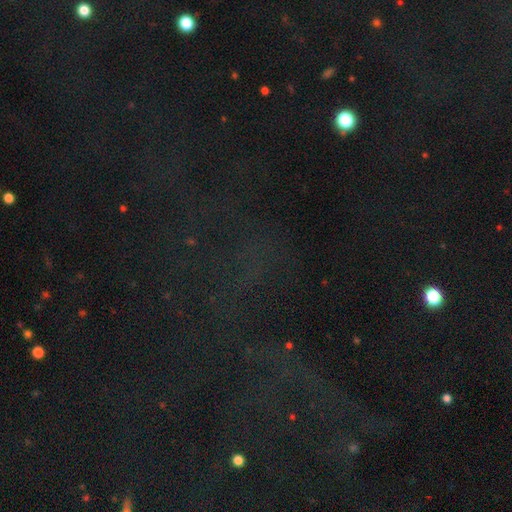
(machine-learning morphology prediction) Overall: star or artifact (75%).